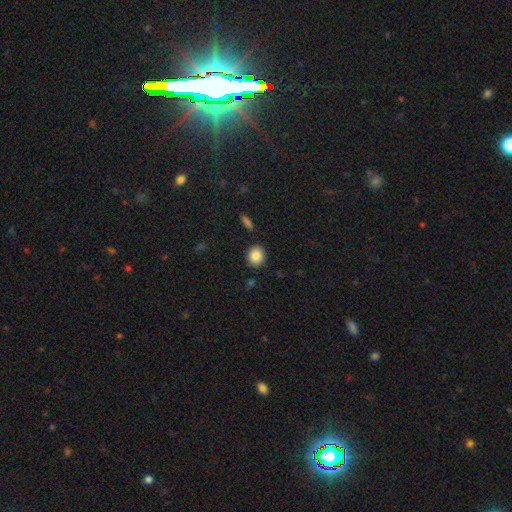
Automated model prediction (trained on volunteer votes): This is clearly a smooth galaxy (87%). How rounded: likely round (76%). Merging: clearly none (88%).